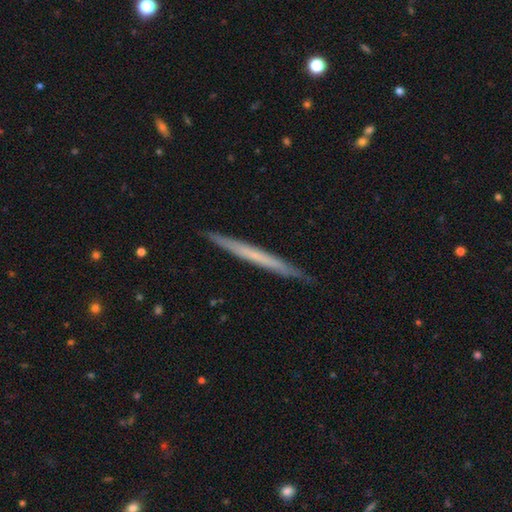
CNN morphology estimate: Q: Smooth or featured?
A: smooth (48%); runner-up: featured or disk (46%)
Q: Merging?
A: none (90%); runner-up: minor disturbance (7%)